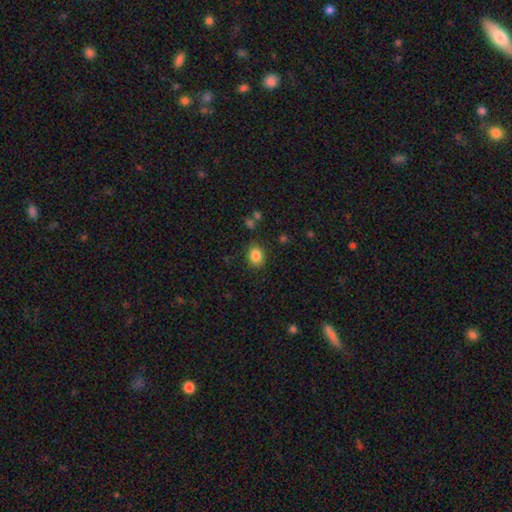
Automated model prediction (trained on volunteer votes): Smooth or featured? smooth (85%)
How rounded? in between (53%)
Merging? none (85%)